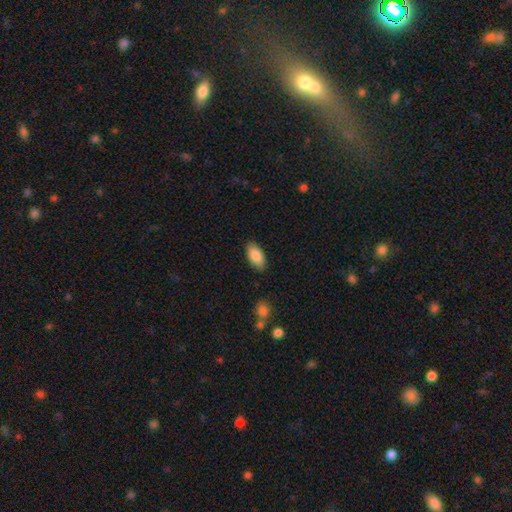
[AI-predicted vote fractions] This is clearly a smooth galaxy (87%). How rounded: clearly in between (92%). Merging: clearly none (85%).